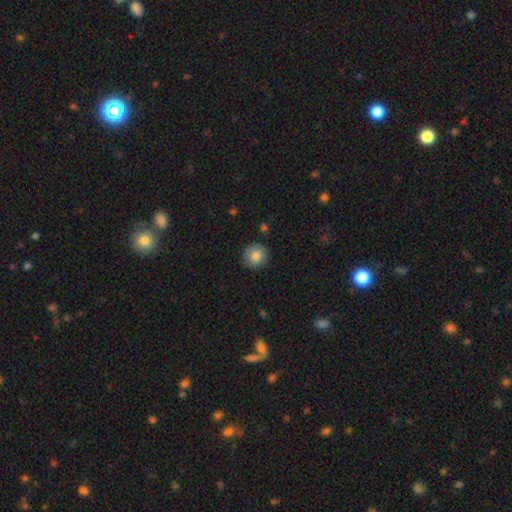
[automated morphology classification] A smooth galaxy with no disk features (84%) that is round (91%).

Vote fractions:
- Smooth or featured? smooth: 84% / star or artifact: 8% / featured or disk: 8%
- How rounded? round: 91% / in between: 8% / cigar-shaped: 1%
- Merging? none: 85% / minor disturbance: 11% / major disturbance: 2% / merger: 1%